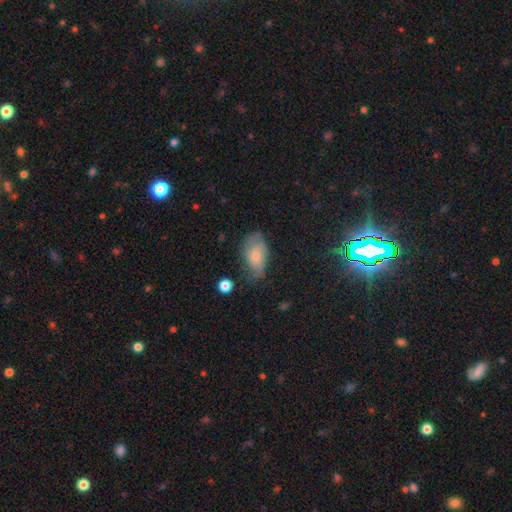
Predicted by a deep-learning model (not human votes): smooth 61%, featured or disk 30%, star or artifact 8%. Down the decision tree: how rounded — in between (90%); merging — none (51%).